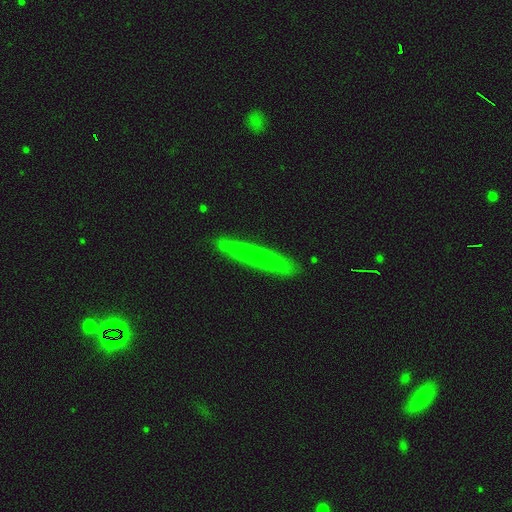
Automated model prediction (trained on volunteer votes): Smooth or featured? smooth (59%)
How rounded? cigar-shaped (96%)
Merging? none (90%)